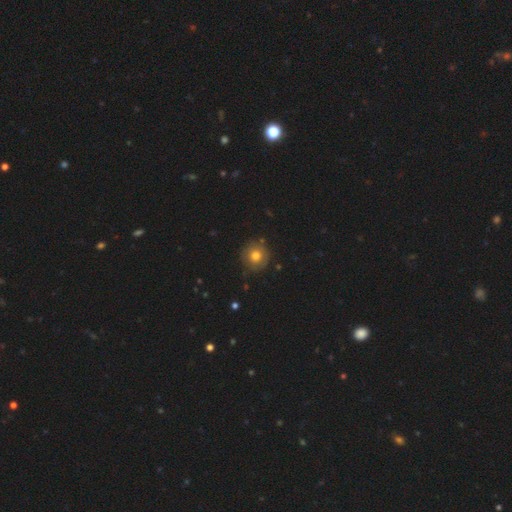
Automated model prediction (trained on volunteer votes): Morphology: type=smooth (69%); roundness=round (93%); merging=none (83%).